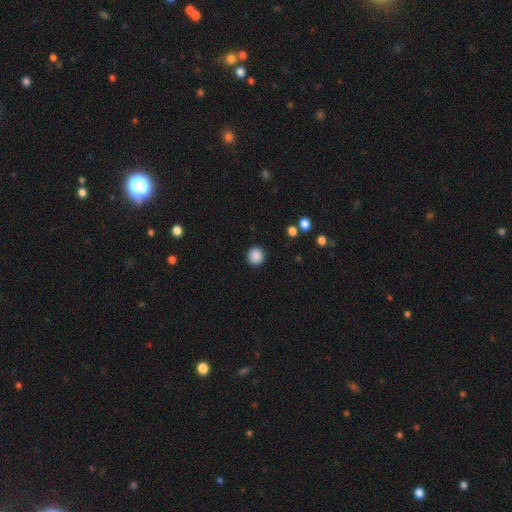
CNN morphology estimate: The model was most divided on "smooth or featured": smooth: 88%, star or artifact: 10%, featured or disk: 3%. More confident: how rounded — round (91%); merging — none (90%).